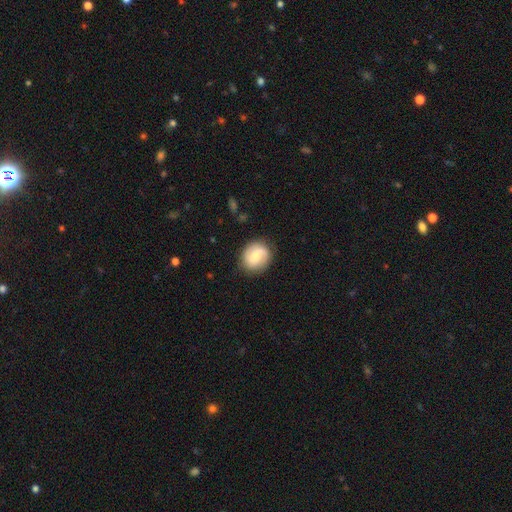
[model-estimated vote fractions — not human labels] This appears to be a featured or disk galaxy (48%). Merging: none (82%).